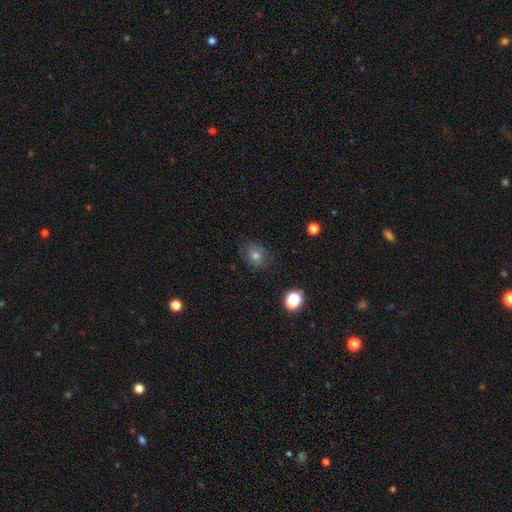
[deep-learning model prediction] Smooth or featured: smooth — 65% (star or artifact — 19%)
How rounded: round — 63% (in between — 36%)
Merging: none — 77% (minor disturbance — 16%)